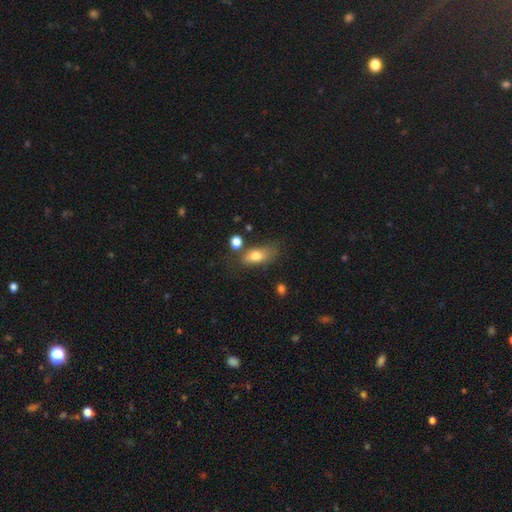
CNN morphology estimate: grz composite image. It shows a smooth galaxy with no disk features (76%) that is in between round and cigar-shaped (82%). Merging: none (48%).